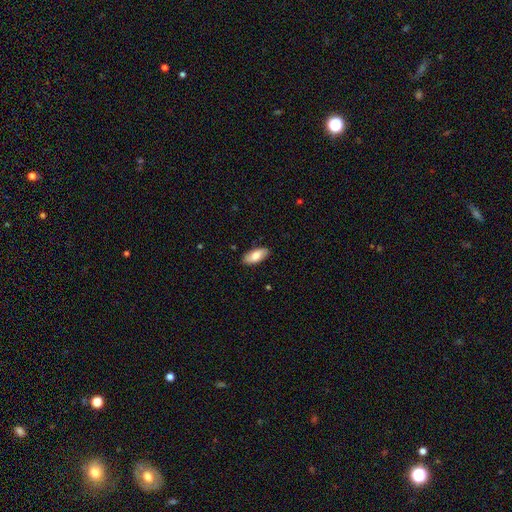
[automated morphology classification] A smooth galaxy with no disk features (79%) that is in between round and cigar-shaped (89%). Merging: none (87%).